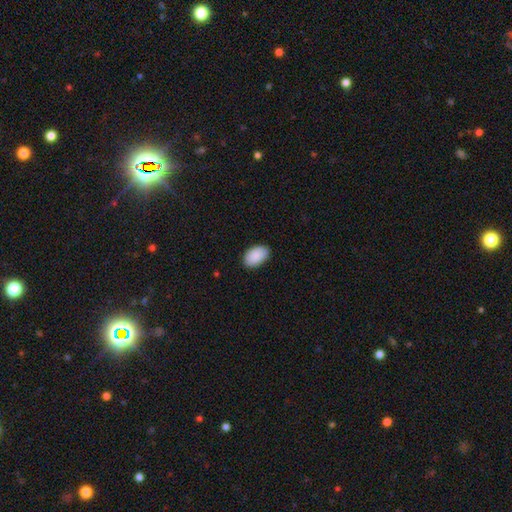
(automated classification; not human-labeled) smooth-or-featured: smooth: 91% | star or artifact: 6% | featured or disk: 3%
  how-rounded: in between: 93% | round: 6% | cigar-shaped: 1%
  merging: none: 87% | minor disturbance: 10% | major disturbance: 2% | merger: 1%